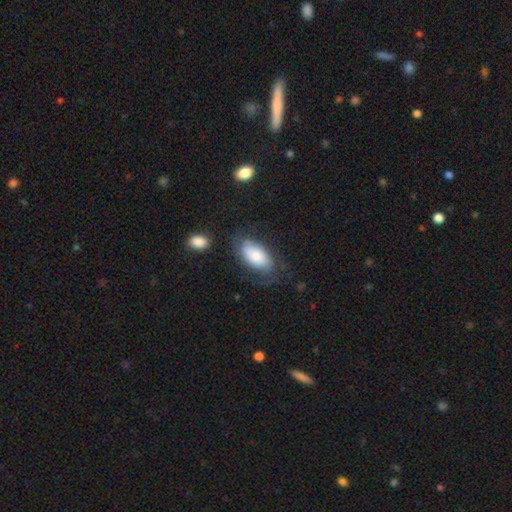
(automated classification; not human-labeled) Morphology: type=smooth (64%); roundness=in between (93%); merging=none (55%).